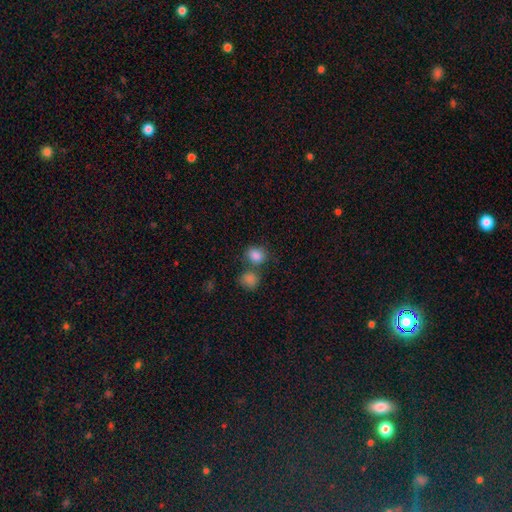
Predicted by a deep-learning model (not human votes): Morphology: type=smooth (85%); roundness=round (56%); merging=none (53%).